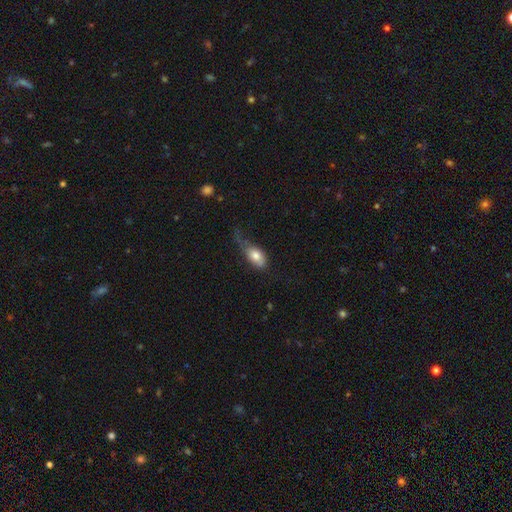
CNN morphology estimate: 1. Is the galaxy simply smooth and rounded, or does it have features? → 76% smooth, 17% featured or disk, 7% star or artifact.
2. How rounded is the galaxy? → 87% in between, 7% round, 5% cigar-shaped.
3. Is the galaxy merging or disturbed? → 35% major disturbance, 32% minor disturbance, 28% none, 4% merger.